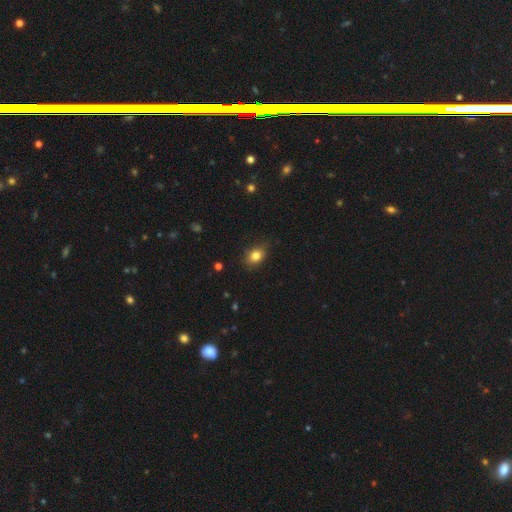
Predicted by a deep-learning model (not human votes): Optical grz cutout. It shows a smooth galaxy with no disk features (82%) that is in between round and cigar-shaped (65%). Merging: none (78%).